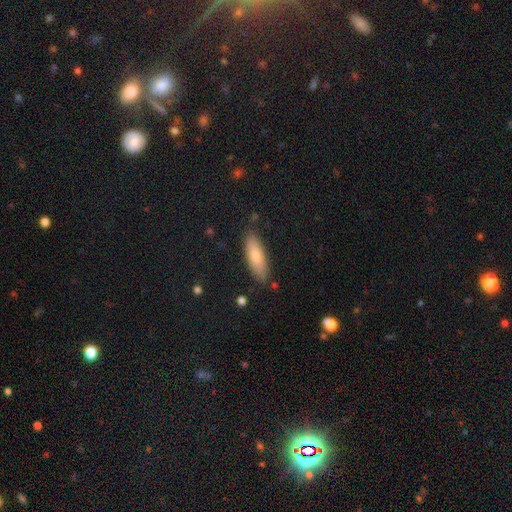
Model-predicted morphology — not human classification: type=smooth (79%); roundness=in between (55%); merging=none (85%).